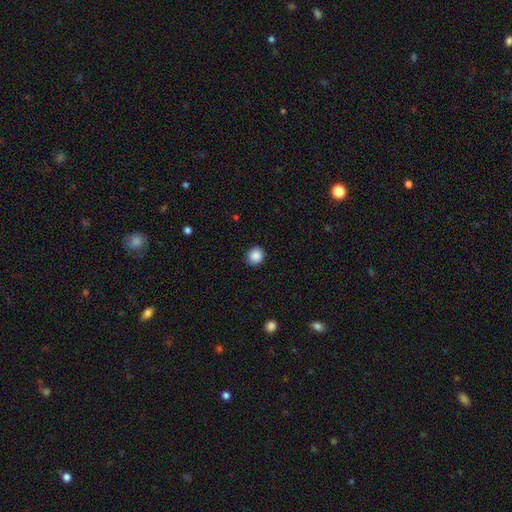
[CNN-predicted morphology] Smooth or featured? Predicted: smooth (p=0.88). How rounded? Predicted: round (p=0.87). Merging? Predicted: none (p=0.90).